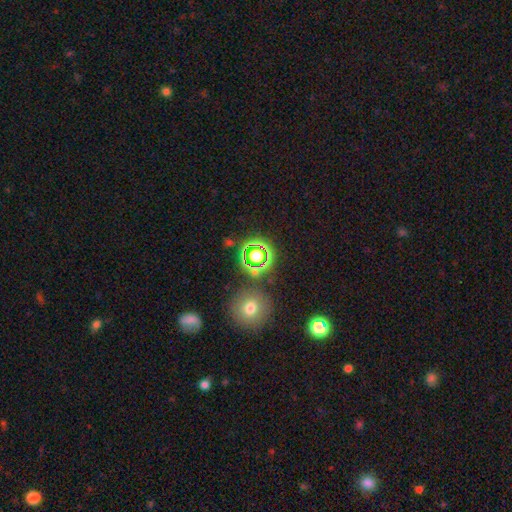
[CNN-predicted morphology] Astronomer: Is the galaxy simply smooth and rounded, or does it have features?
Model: star or artifact — 50% (runner-up: smooth, 38%).